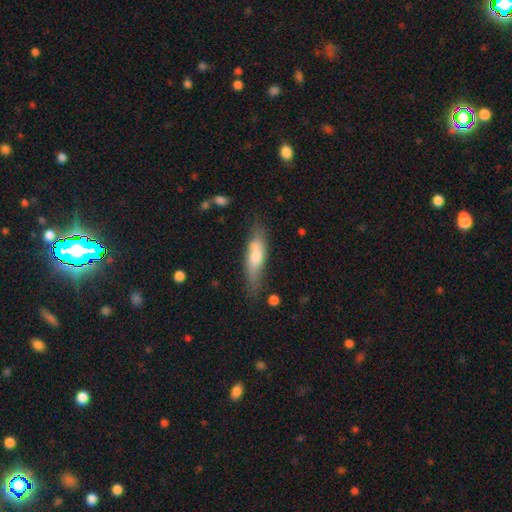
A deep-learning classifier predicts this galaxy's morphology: Overall: smooth (60%; featured or disk 33%). How rounded: cigar-shaped (66%; in between 32%). Merging: none (67%).